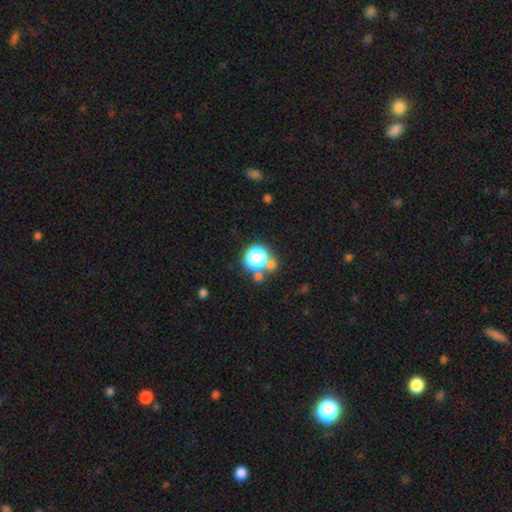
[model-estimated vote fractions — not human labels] Morphology: type=smooth (46%); merging=none (66%).